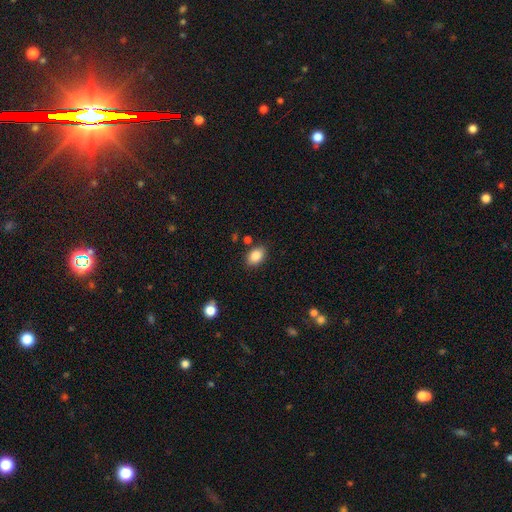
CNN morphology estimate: smooth_or_featured: smooth (p=0.86) [alt: star or artifact p=0.08]
how_rounded: in between (p=0.81) [alt: round p=0.18]
merging: none (p=0.82) [alt: minor disturbance p=0.11]